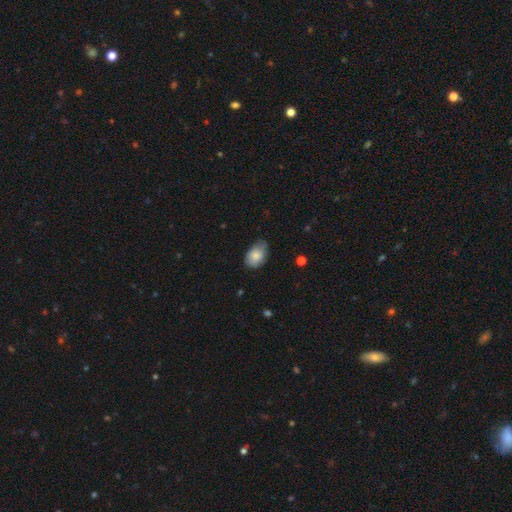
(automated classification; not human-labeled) Q: Smooth or featured?
A: smooth (83%); runner-up: featured or disk (10%)
Q: How rounded?
A: in between (87%); runner-up: round (12%)
Q: Merging?
A: none (60%); runner-up: minor disturbance (33%)